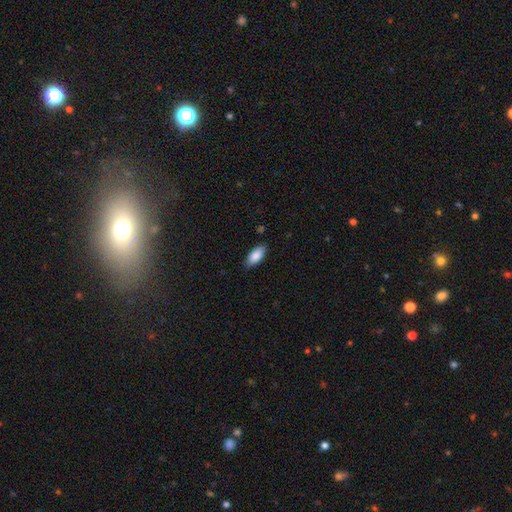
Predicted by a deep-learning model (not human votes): The model was most divided on "merging": none: 86%, minor disturbance: 11%, major disturbance: 2%, merger: 1%. More confident: how rounded — in between (88%); smooth or featured — smooth (87%).